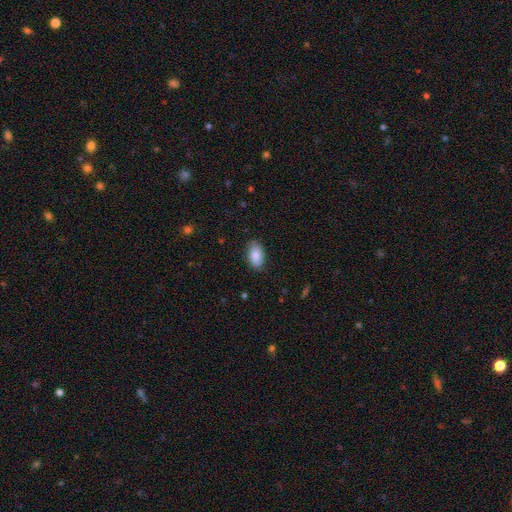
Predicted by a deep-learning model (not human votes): Smooth or featured? Predicted: smooth (p=0.88). How rounded? Predicted: in between (p=0.94). Merging? Predicted: none (p=0.85).